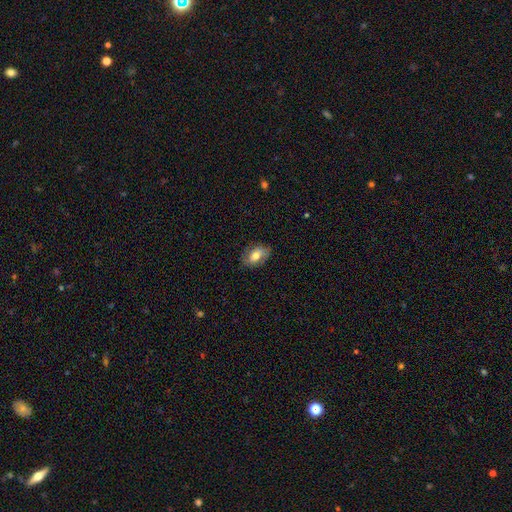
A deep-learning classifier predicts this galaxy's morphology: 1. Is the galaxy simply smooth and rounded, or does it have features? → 67% smooth, 25% featured or disk, 8% star or artifact.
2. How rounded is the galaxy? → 87% in between, 11% round, 2% cigar-shaped.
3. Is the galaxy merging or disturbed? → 79% none, 16% minor disturbance, 4% major disturbance, 1% merger.